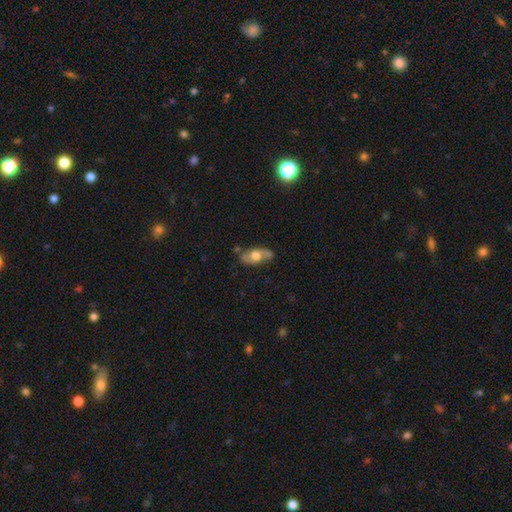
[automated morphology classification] Smooth or featured: featured or disk — 50% (smooth — 43%)
Merging: none — 64% (minor disturbance — 23%)